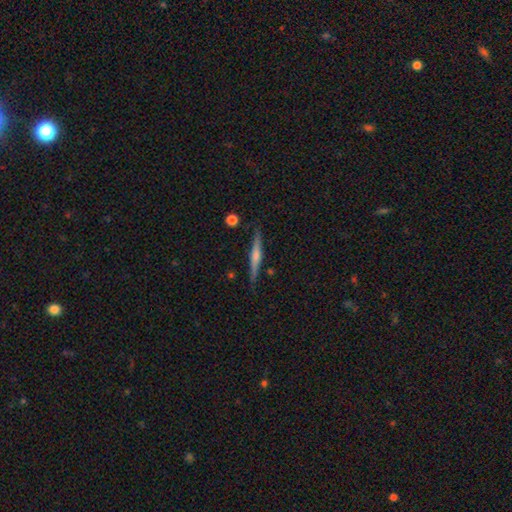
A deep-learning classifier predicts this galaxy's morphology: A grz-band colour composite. It shows a featured or disk galaxy (65%) viewed edge-on (98%) with a rounded central bulge (66%). Merging: none (88%).